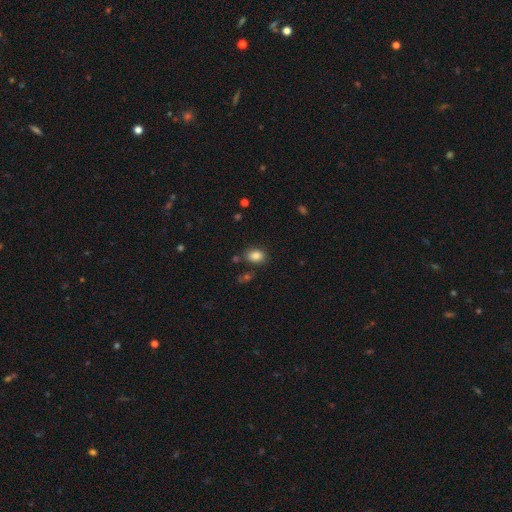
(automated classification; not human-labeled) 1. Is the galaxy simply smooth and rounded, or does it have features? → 85% smooth, 10% star or artifact, 5% featured or disk.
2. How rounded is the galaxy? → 71% in between, 28% round, 1% cigar-shaped.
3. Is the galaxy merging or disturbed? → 77% none, 14% minor disturbance, 5% merger, 4% major disturbance.